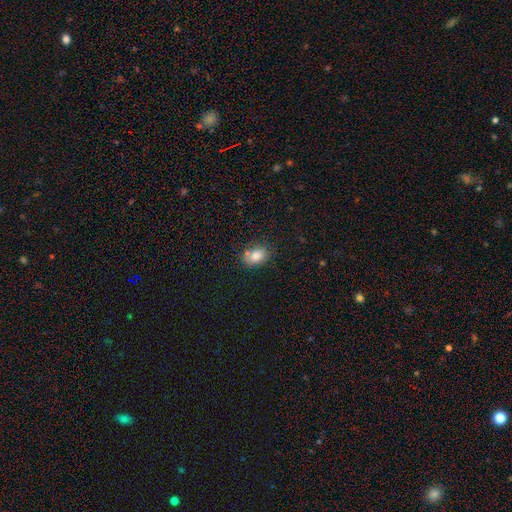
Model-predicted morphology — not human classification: Smooth or featured?
  - smooth: 82% *
  - star or artifact: 10%
  - featured or disk: 8%
How rounded?
  - in between: 70% *
  - round: 29%
  - cigar-shaped: 1%
Merging?
  - none: 73% *
  - minor disturbance: 16%
  - merger: 8%
  - major disturbance: 4%